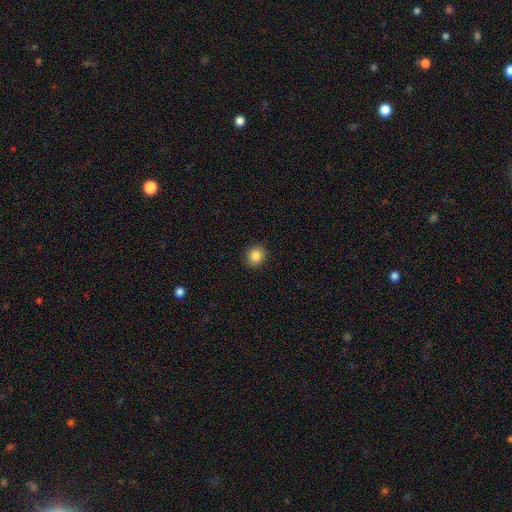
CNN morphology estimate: A smooth galaxy with no disk features (86%) that is round (82%).

Vote fractions:
- Smooth or featured? smooth: 86% / star or artifact: 10% / featured or disk: 4%
- How rounded? round: 82% / in between: 17% / cigar-shaped: 1%
- Merging? none: 91% / minor disturbance: 6% / major disturbance: 2% / merger: 1%